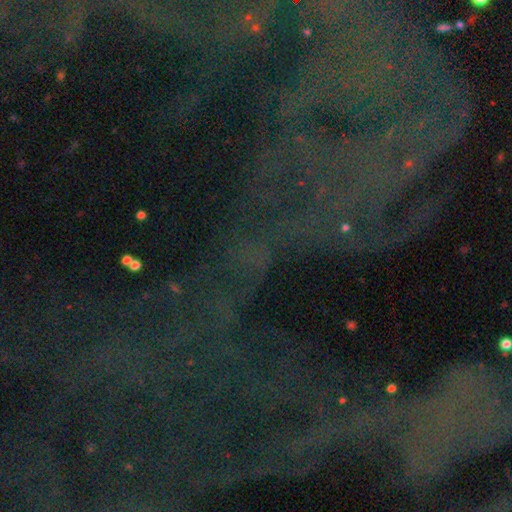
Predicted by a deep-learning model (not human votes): smooth-or-featured: star or artifact: 80% | featured or disk: 11% | smooth: 9%